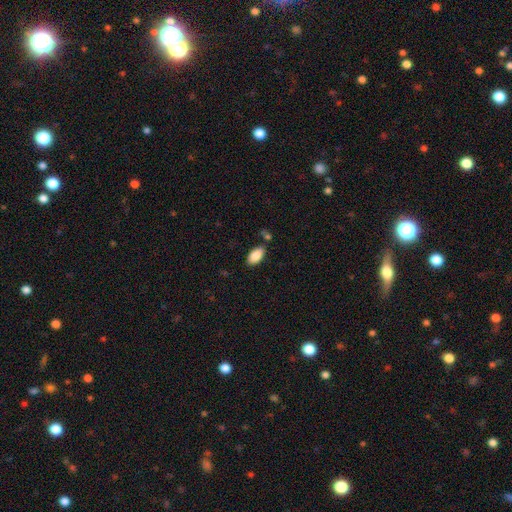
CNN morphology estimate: A smooth galaxy with no disk features (87%) that is in between round and cigar-shaped (95%). Merging: none (77%).